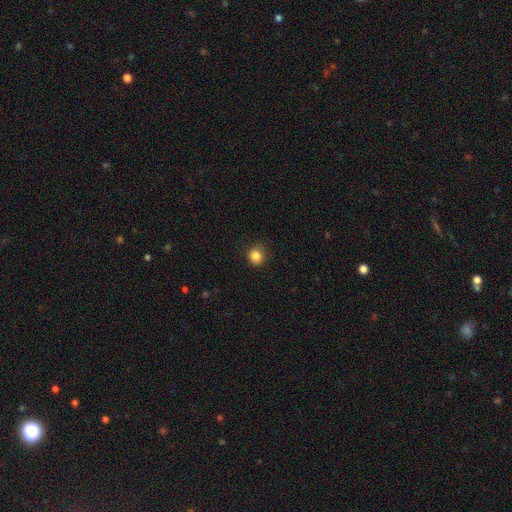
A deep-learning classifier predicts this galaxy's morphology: Overall: smooth (85%). How rounded: round (86%). Merging: none (86%).